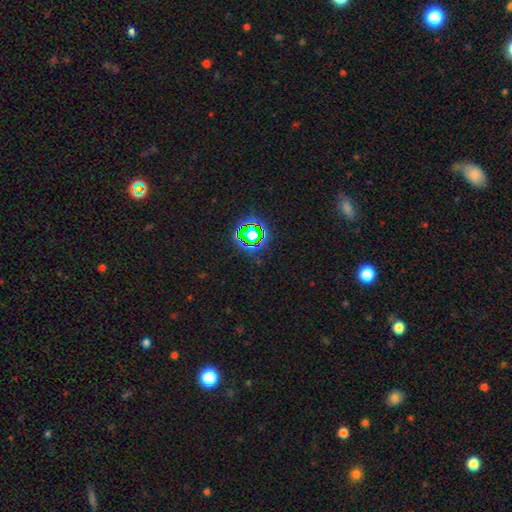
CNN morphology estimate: smooth_or_featured: star or artifact (p=0.74) [alt: smooth p=0.16]